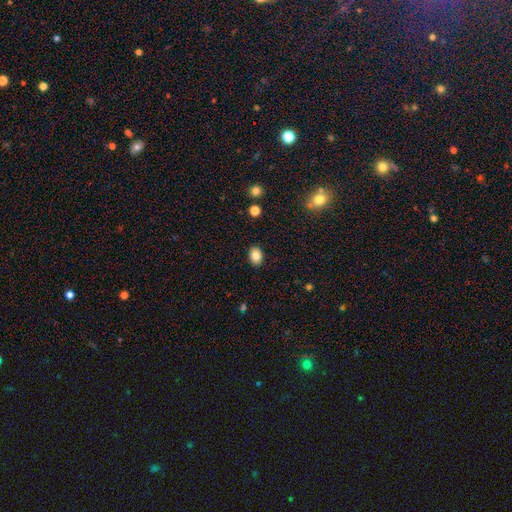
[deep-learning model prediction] Smooth or featured? Predicted: smooth (p=0.83). How rounded? Predicted: in between (p=0.69). Merging? Predicted: none (p=0.89).